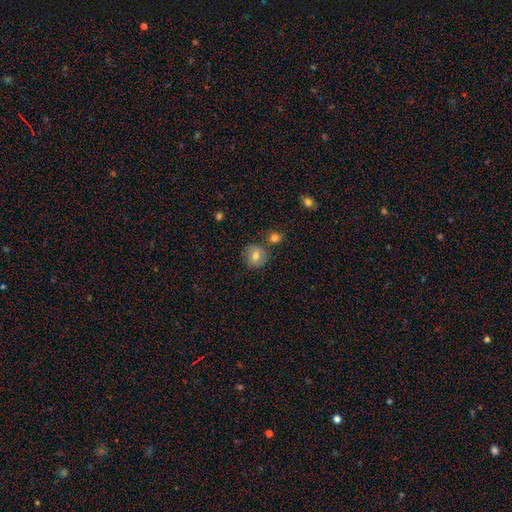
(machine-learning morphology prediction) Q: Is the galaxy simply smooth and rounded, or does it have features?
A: smooth — 75%.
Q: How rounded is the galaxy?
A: round — 88%.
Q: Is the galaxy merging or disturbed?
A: none — 78%.